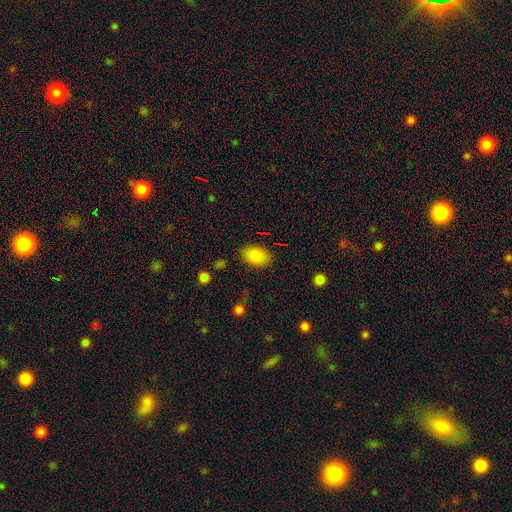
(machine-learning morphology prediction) Q: Smooth or featured?
A: smooth (85%); runner-up: star or artifact (8%)
Q: How rounded?
A: in between (88%); runner-up: round (11%)
Q: Merging?
A: none (84%); runner-up: minor disturbance (11%)